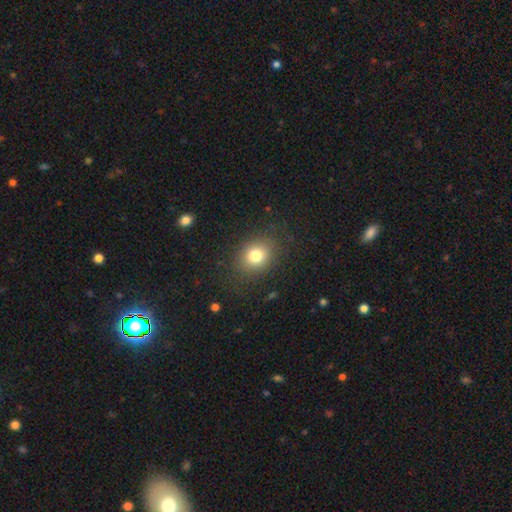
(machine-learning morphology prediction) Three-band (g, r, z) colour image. It shows a smooth galaxy with no disk features (78%) that is round (60%). Merging: none (85%).